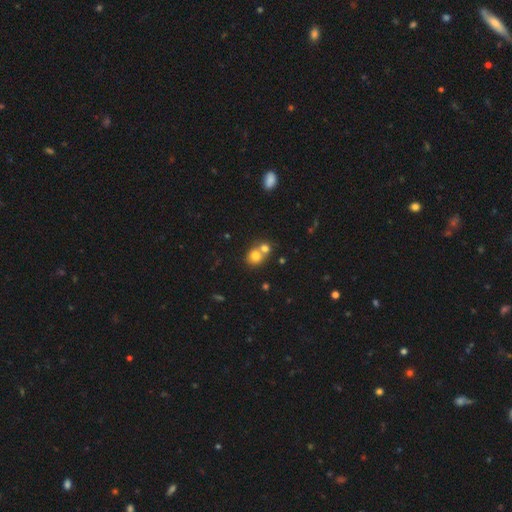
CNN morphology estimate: type=smooth (75%); roundness=round (78%); merging=merger (52%).